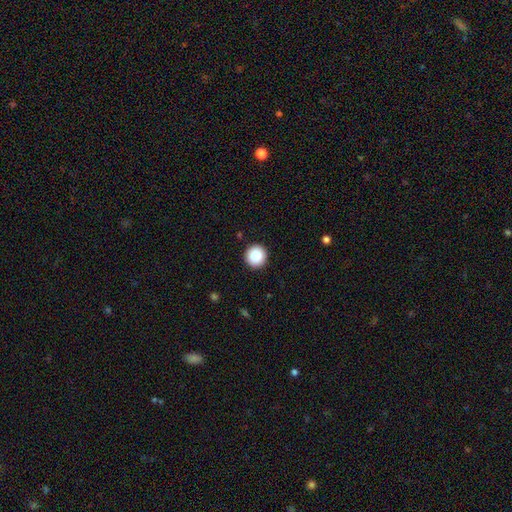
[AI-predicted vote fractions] A smooth galaxy with no disk features (87%) that is round (95%). Merging: none (93%).